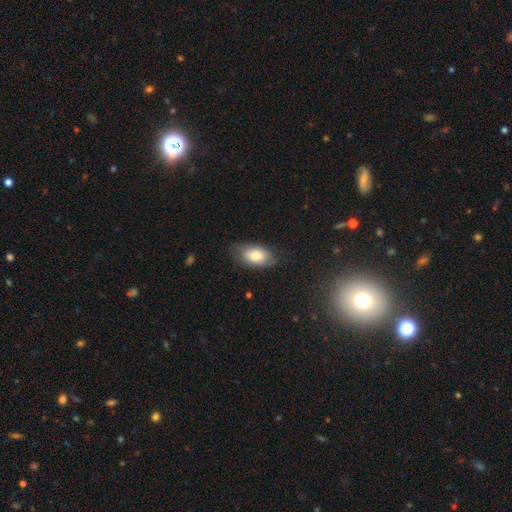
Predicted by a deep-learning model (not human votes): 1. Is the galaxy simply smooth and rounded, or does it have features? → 80% smooth, 13% featured or disk, 7% star or artifact.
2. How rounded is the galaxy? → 93% in between, 5% round, 3% cigar-shaped.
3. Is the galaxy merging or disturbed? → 72% none, 21% minor disturbance, 6% major disturbance, 1% merger.